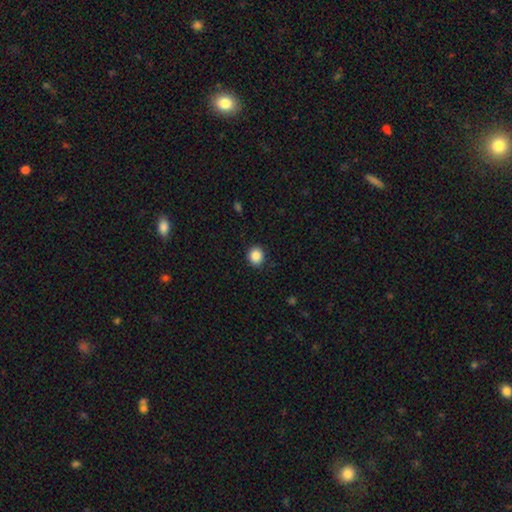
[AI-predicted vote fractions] smooth-or-featured: smooth: 87% | star or artifact: 9% | featured or disk: 4%
  how-rounded: round: 80% | in between: 19% | cigar-shaped: 1%
  merging: none: 90% | minor disturbance: 7% | major disturbance: 2% | merger: 1%